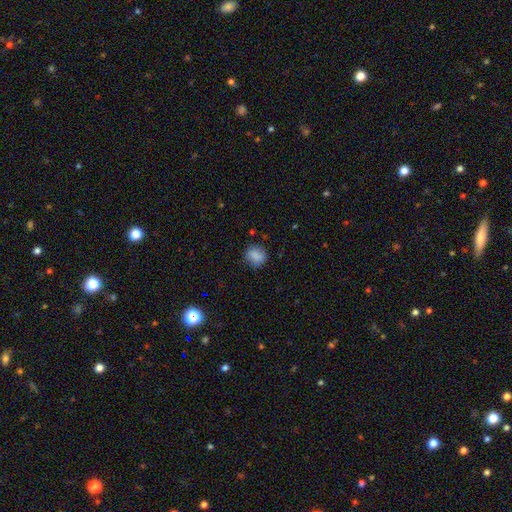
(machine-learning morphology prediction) Smooth or featured: smooth — 83% (star or artifact — 10%)
How rounded: round — 75% (in between — 24%)
Merging: none — 77% (minor disturbance — 17%)